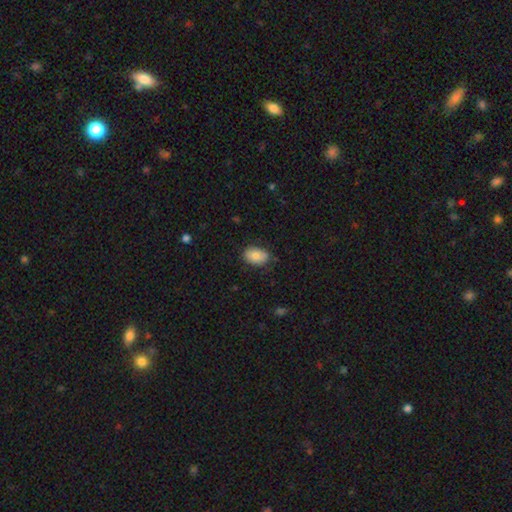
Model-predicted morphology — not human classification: A smooth galaxy with no disk features (81%) that is in between round and cigar-shaped (85%).

Vote fractions:
- Smooth or featured? smooth: 81% / featured or disk: 11% / star or artifact: 7%
- How rounded? in between: 85% / round: 14% / cigar-shaped: 1%
- Merging? none: 78% / minor disturbance: 17% / major disturbance: 3% / merger: 1%